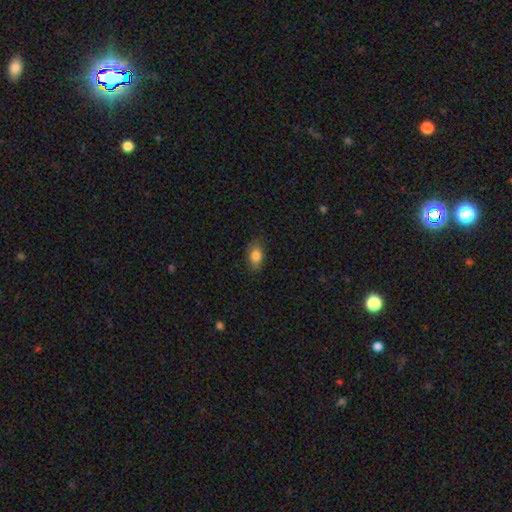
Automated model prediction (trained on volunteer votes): This is clearly a smooth galaxy (82%). How rounded: clearly in between (85%). Merging: clearly none (84%).